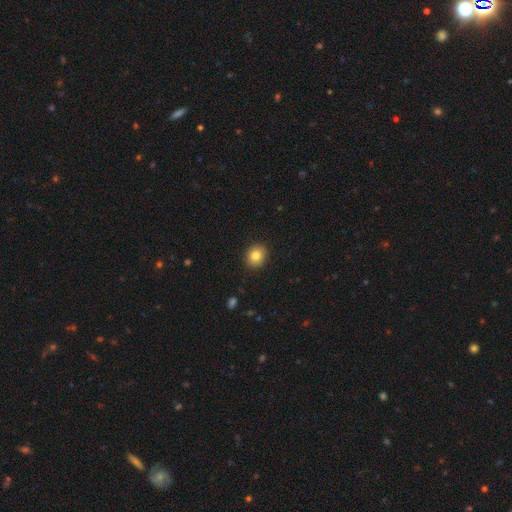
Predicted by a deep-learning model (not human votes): Smooth or featured?
  - smooth: 83% *
  - star or artifact: 10%
  - featured or disk: 7%
How rounded?
  - round: 71% *
  - in between: 29%
  - cigar-shaped: 1%
Merging?
  - none: 91% *
  - minor disturbance: 7%
  - major disturbance: 2%
  - merger: 1%